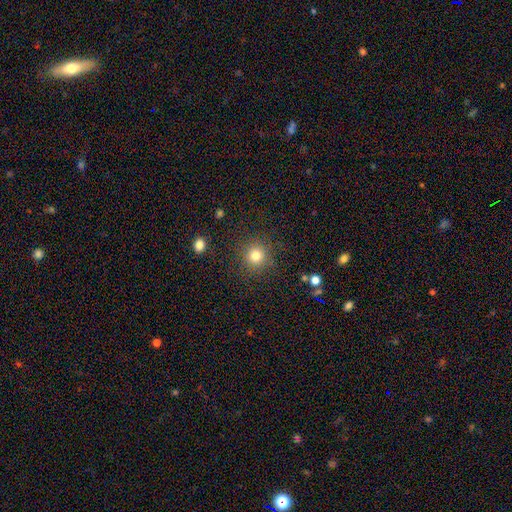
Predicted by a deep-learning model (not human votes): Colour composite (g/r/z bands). It shows a smooth galaxy with no disk features (81%) that is round (93%). Merging: none (88%).